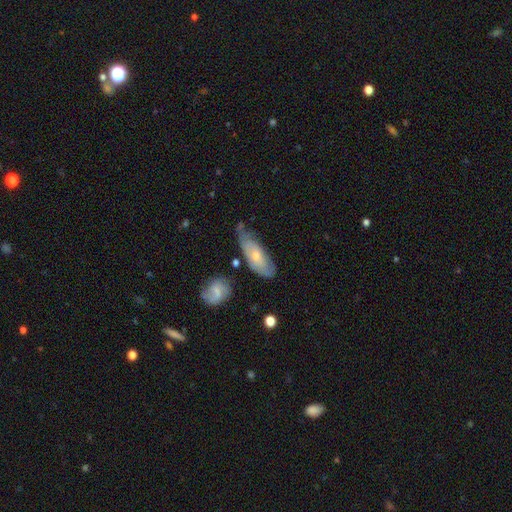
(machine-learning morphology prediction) smooth_or_featured: featured or disk (p=0.51) [alt: smooth p=0.42]
disk_edge_on: no (p=0.78) [alt: yes p=0.22]
merging: none (p=0.52) [alt: minor disturbance p=0.33]